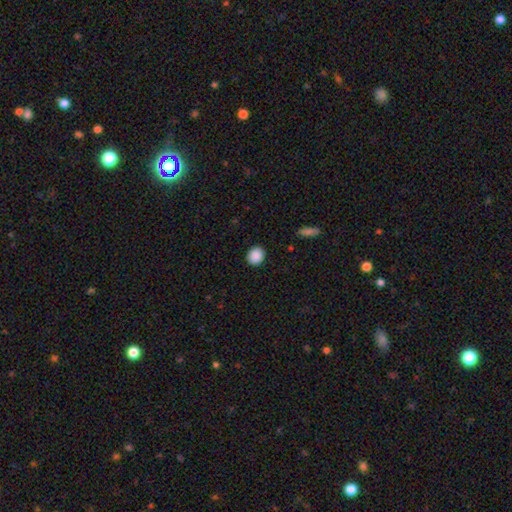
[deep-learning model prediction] Smooth or featured: smooth — 89% (star or artifact — 8%)
How rounded: round — 67% (in between — 32%)
Merging: none — 90% (minor disturbance — 7%)